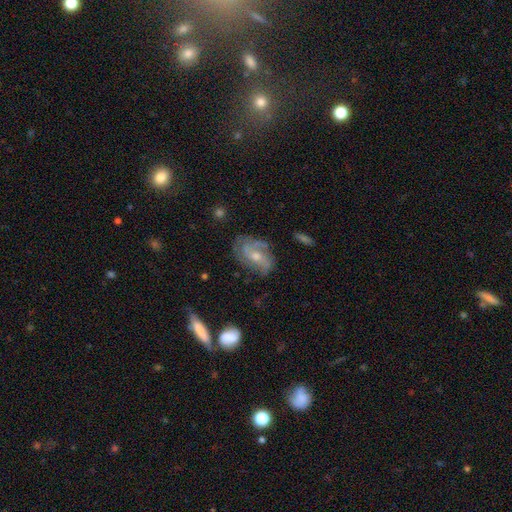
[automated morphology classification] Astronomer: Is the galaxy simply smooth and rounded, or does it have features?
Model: featured or disk — 76%.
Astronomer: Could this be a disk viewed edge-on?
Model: no — 95%.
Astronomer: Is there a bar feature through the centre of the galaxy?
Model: no — 48% (runner-up: weak, 41%).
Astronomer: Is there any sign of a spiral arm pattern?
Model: yes — 91%.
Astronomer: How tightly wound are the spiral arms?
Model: medium — 43% (runner-up: tight, 37%).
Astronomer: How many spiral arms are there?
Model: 2 — 46% (runner-up: can't tell, 25%).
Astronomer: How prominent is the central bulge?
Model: moderate — 56% (runner-up: small, 39%).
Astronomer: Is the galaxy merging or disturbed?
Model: none — 70%.